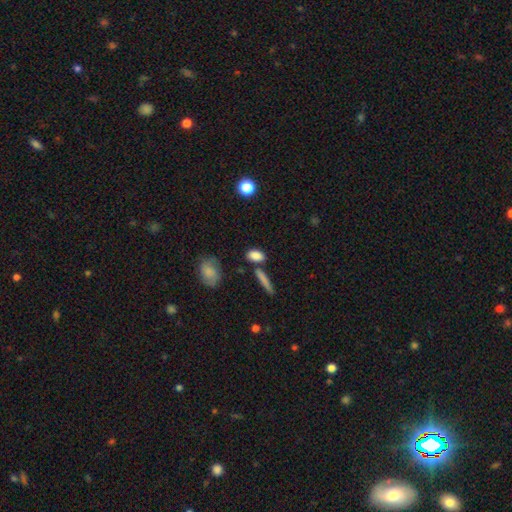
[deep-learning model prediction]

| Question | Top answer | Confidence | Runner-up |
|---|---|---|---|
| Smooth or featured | smooth | 83% | featured or disk (9%) |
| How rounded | in between | 81% | cigar-shaped (10%) |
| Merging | none | 69% | minor disturbance (14%) |